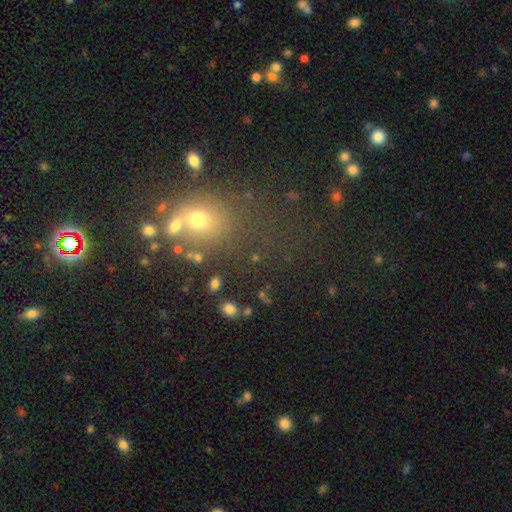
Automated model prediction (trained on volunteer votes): smooth-or-featured: smooth: 47% | star or artifact: 39% | featured or disk: 14%
  merging: none: 60% | minor disturbance: 15% | merger: 14% | major disturbance: 11%